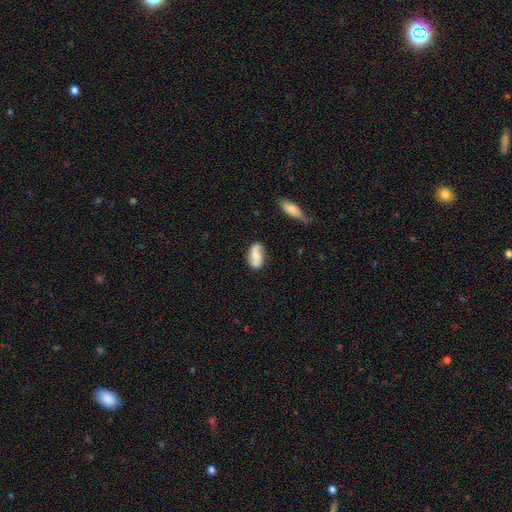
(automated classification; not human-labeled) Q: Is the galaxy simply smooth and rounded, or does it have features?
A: featured or disk — 49%.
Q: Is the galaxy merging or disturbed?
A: none — 73%.